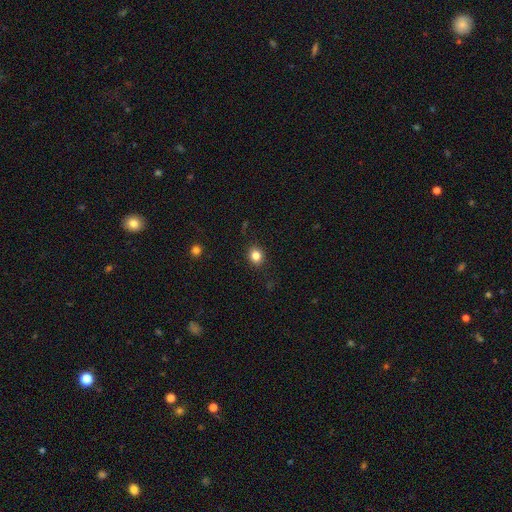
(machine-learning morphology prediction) Smooth or featured: smooth — 83% (star or artifact — 12%)
How rounded: round — 72% (in between — 27%)
Merging: none — 89% (minor disturbance — 7%)